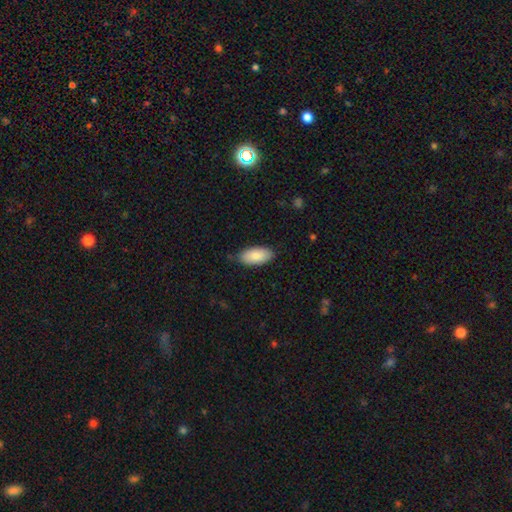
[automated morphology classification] type=smooth (86%); roundness=in between (93%); merging=none (84%).